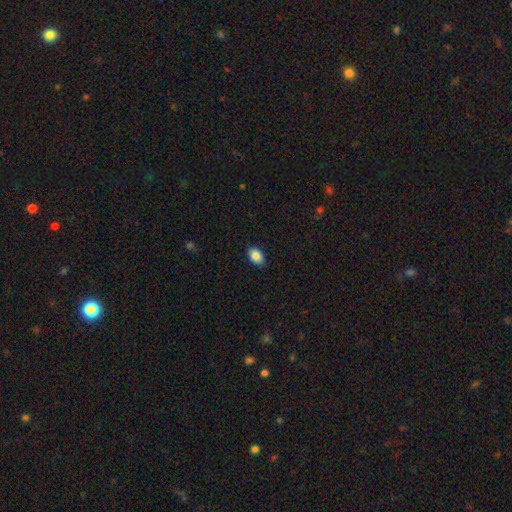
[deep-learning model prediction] This appears to be a smooth galaxy with no disk features (87%) that is in between round and cigar-shaped (88%). Merging: none (88%).